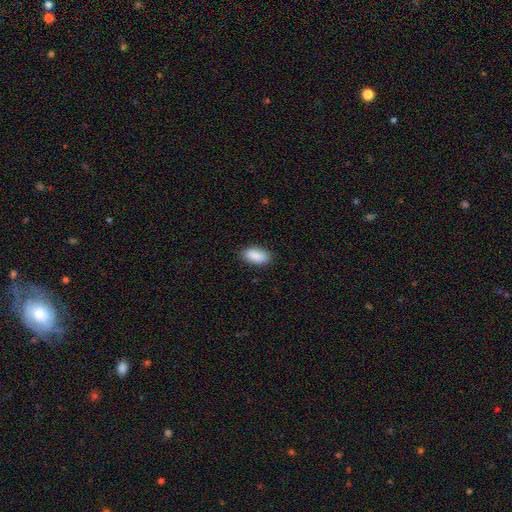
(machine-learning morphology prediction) Overall: smooth (89%). How rounded: in between (92%). Merging: none (86%).